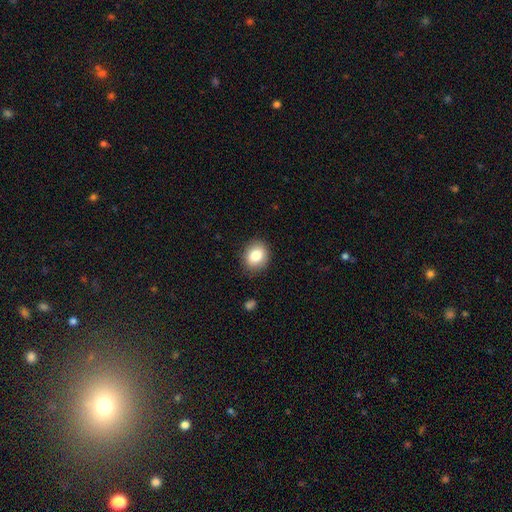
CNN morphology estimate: This is clearly a smooth galaxy (82%). How rounded: likely round (66%). Merging: clearly none (86%).